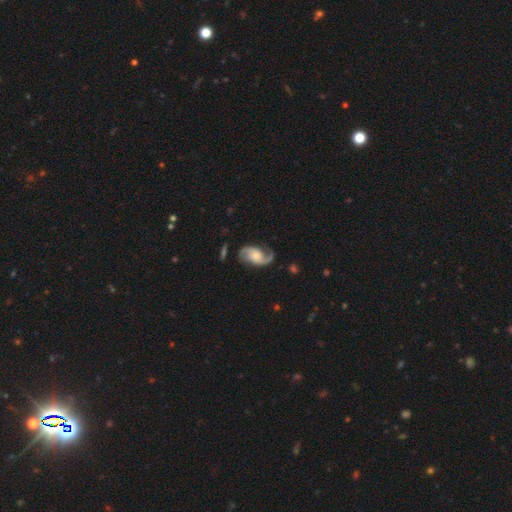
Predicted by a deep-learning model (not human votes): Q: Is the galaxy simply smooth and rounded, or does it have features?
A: featured or disk — 87%.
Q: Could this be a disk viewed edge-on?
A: no — 97%.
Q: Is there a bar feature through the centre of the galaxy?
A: no — 61%.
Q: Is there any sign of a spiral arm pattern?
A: yes — 97%.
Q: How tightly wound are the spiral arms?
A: loose — 46%.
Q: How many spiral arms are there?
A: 2 — 92%.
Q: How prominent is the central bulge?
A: moderate — 39%.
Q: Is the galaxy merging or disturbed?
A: none — 75%.